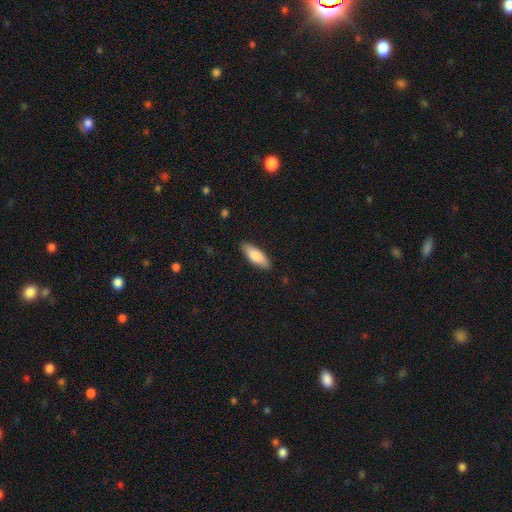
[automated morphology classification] Overall: smooth (82%). How rounded: in between (67%; cigar-shaped 31%). Merging: none (88%).